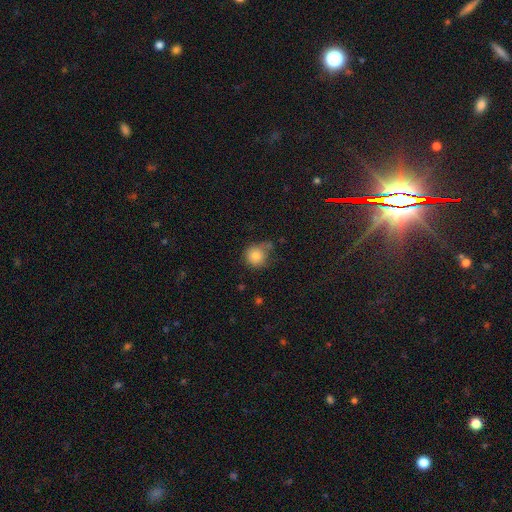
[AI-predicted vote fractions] Morphology: type=smooth (82%); roundness=round (88%); merging=none (54%).